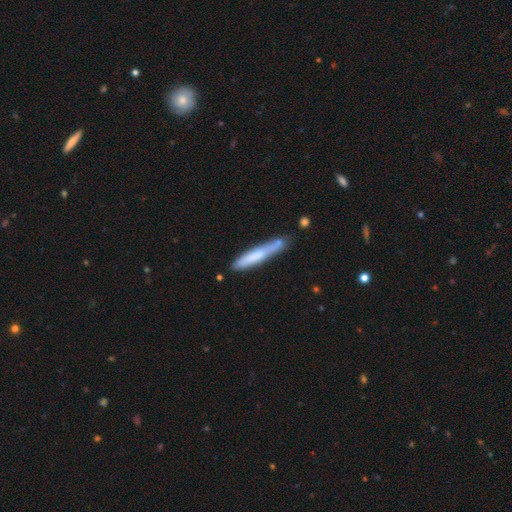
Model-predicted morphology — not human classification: smooth_or_featured: smooth (p=0.65) [alt: featured or disk p=0.29]
how_rounded: cigar-shaped (p=0.94) [alt: in between p=0.05]
merging: none (p=0.68) [alt: minor disturbance p=0.20]